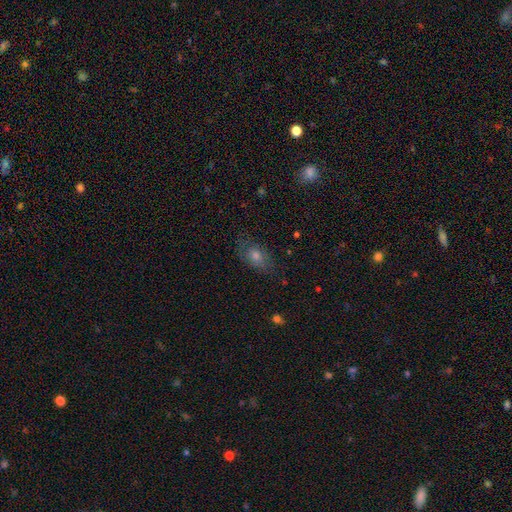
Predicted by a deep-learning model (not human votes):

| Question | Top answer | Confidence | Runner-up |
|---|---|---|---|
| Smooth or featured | smooth | 54% | featured or disk (27%) |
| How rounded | in between | 74% | round (22%) |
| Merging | none | 73% | minor disturbance (19%) |